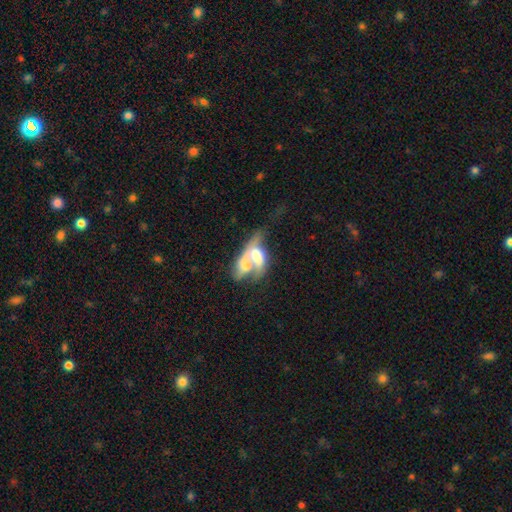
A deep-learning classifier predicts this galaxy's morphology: Smooth or featured? featured or disk (49%)
Merging? merger (80%)